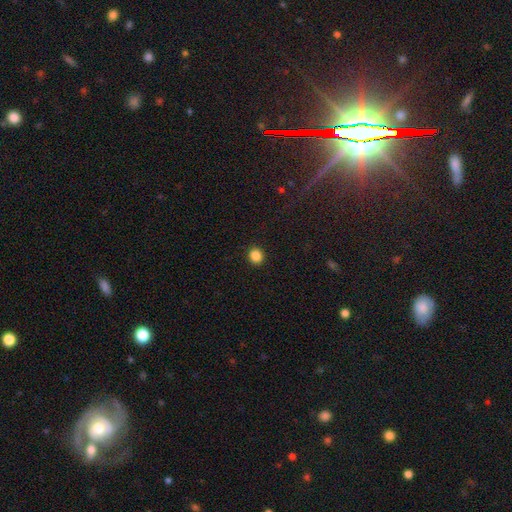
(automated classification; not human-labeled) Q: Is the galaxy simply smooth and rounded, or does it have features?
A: smooth — 86%.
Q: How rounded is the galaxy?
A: round — 85%.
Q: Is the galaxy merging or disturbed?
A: none — 93%.